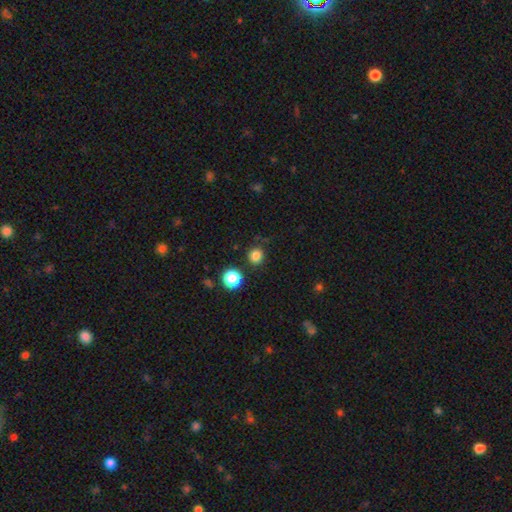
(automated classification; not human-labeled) A smooth galaxy with no disk features (82%) that is round (91%).

Vote fractions:
- Smooth or featured? smooth: 82% / star or artifact: 14% / featured or disk: 4%
- How rounded? round: 91% / in between: 8% / cigar-shaped: 1%
- Merging? none: 86% / minor disturbance: 8% / merger: 4% / major disturbance: 3%